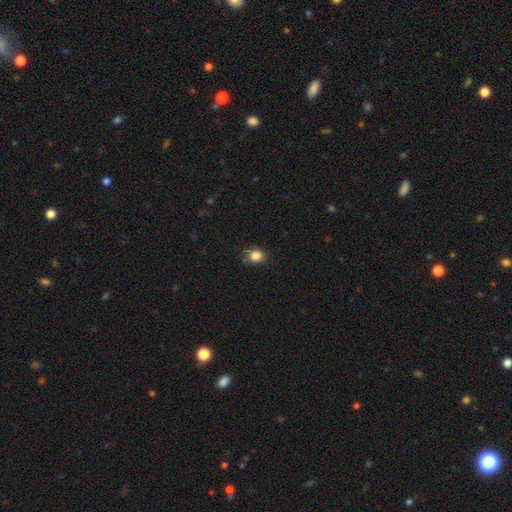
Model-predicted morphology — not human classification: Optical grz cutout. It shows a smooth galaxy with no disk features (84%) that is round (63%). Merging: none (75%).